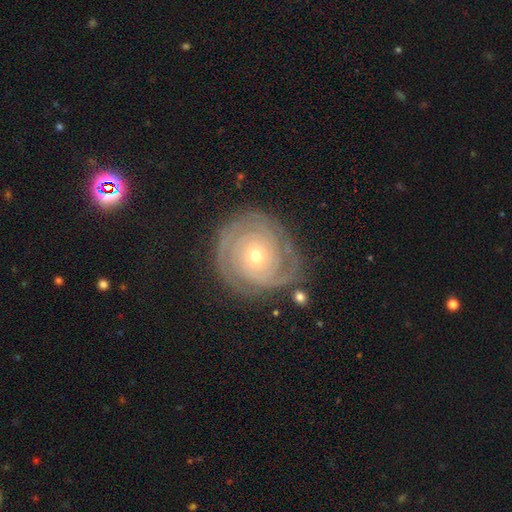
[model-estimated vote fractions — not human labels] Smooth or featured: featured or disk — 84% (smooth — 10%)
Edge-on disk: no — 97% (yes — 3%)
Bar: no — 83% (weak — 12%)
Spiral arms: yes — 94% (no — 6%)
Spiral winding: tight — 81% (medium — 15%)
Spiral arm count: 2 — 39% (can't tell — 24%)
Bulge size: small — 64% (moderate — 33%)
Merging: none — 77% (minor disturbance — 14%)